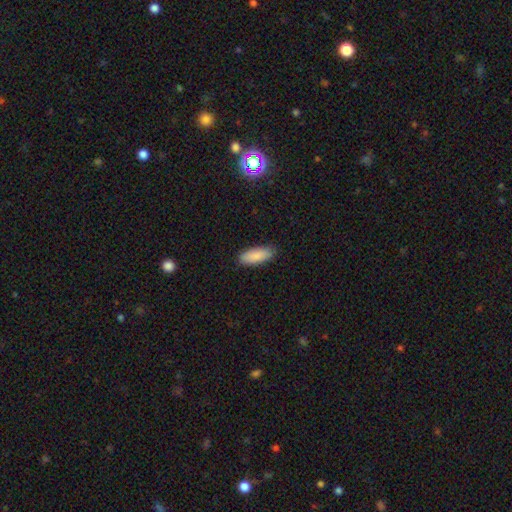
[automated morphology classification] Q: Smooth or featured?
A: smooth (89%); runner-up: star or artifact (6%)
Q: How rounded?
A: in between (71%); runner-up: cigar-shaped (28%)
Q: Merging?
A: none (86%); runner-up: minor disturbance (11%)